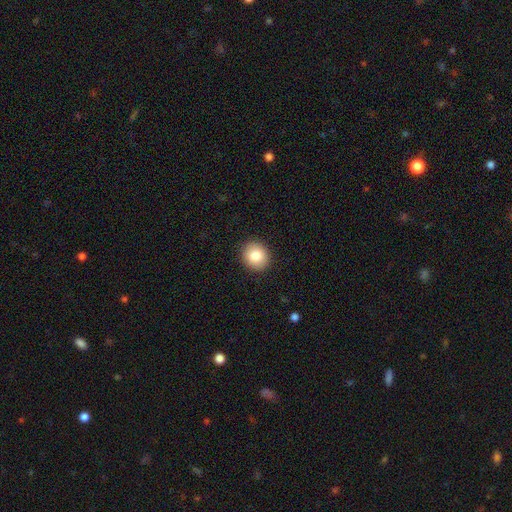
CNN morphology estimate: Smooth or featured?
  - smooth: 84% *
  - star or artifact: 8%
  - featured or disk: 7%
How rounded?
  - round: 74% *
  - in between: 26%
  - cigar-shaped: 1%
Merging?
  - none: 91% *
  - minor disturbance: 7%
  - major disturbance: 2%
  - merger: 1%